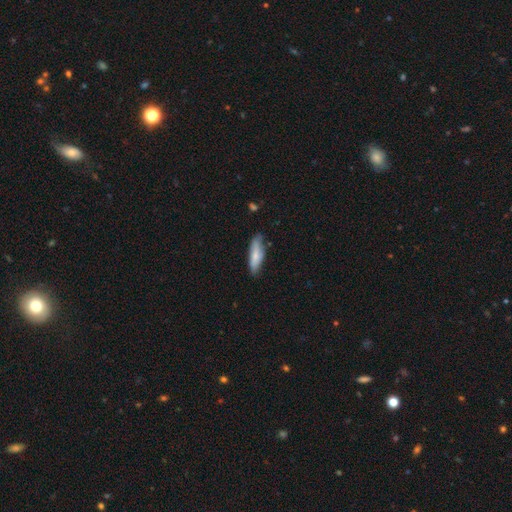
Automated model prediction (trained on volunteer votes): A smooth galaxy with no disk features (72%) that is cigar-shaped (53%). Merging: none (70%).